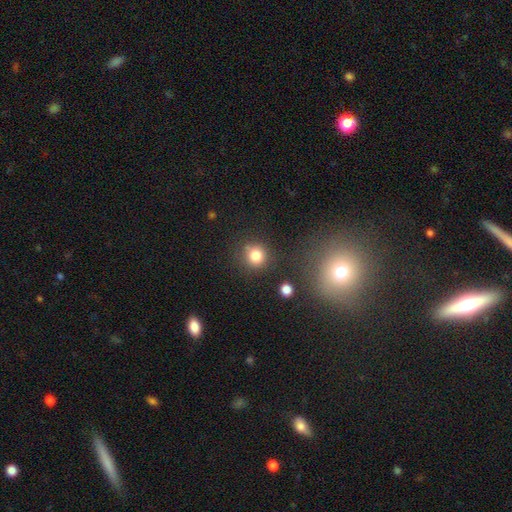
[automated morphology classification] Smooth or featured: smooth — 81% (star or artifact — 13%)
How rounded: round — 90% (in between — 9%)
Merging: none — 80% (minor disturbance — 11%)